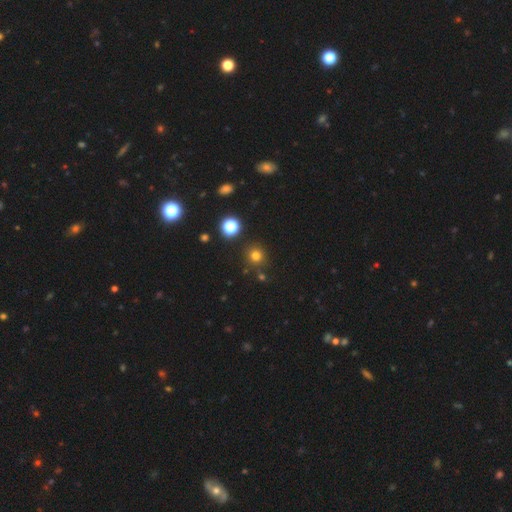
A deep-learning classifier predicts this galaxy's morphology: Q: Smooth or featured?
A: smooth (74%); runner-up: star or artifact (20%)
Q: How rounded?
A: round (93%); runner-up: in between (6%)
Q: Merging?
A: none (84%); runner-up: minor disturbance (8%)